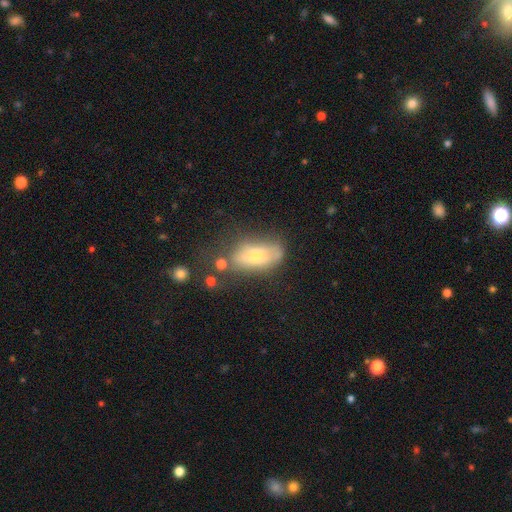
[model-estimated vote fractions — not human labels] smooth 57%, featured or disk 35%, star or artifact 8%. Down the decision tree: how rounded — in between (85%); merging — none (51%).